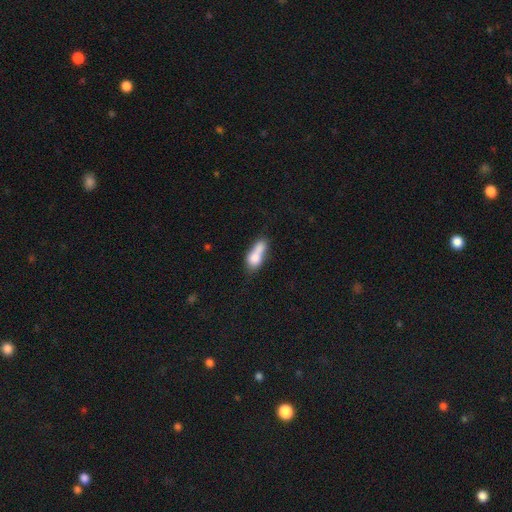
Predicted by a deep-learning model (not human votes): Smooth or featured?
  - smooth: 71% *
  - featured or disk: 20%
  - star or artifact: 9%
How rounded?
  - in between: 66% *
  - cigar-shaped: 22%
  - round: 12%
Merging?
  - merger: 52% *
  - none: 23%
  - minor disturbance: 16%
  - major disturbance: 9%